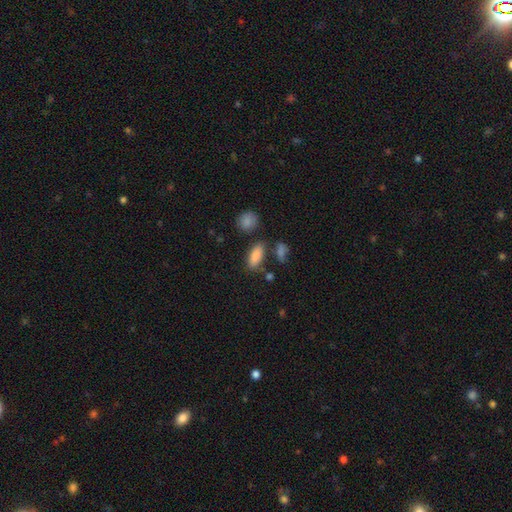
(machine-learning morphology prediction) Q: Smooth or featured?
A: smooth (85%); runner-up: star or artifact (8%)
Q: How rounded?
A: in between (83%); runner-up: cigar-shaped (13%)
Q: Merging?
A: none (73%); runner-up: minor disturbance (14%)